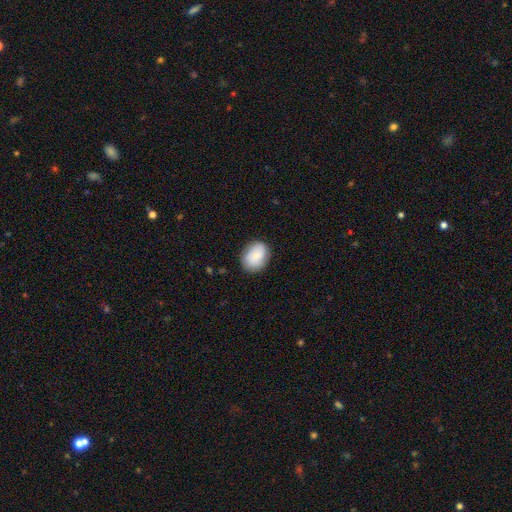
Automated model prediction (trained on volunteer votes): The model was most divided on "how rounded": in between: 66%, round: 33%, cigar-shaped: 1%. More confident: merging — none (83%); smooth or featured — smooth (77%).